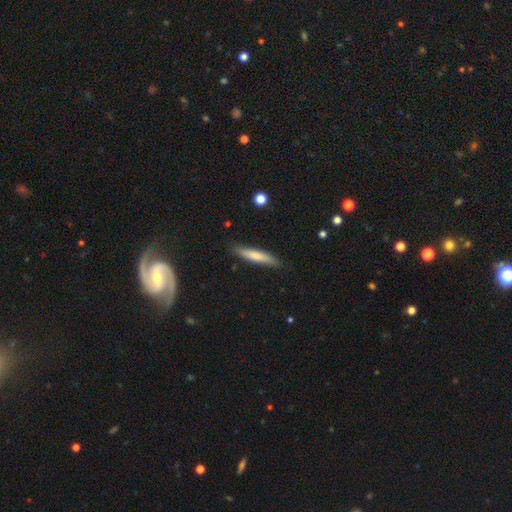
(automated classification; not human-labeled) Overall: smooth (73%). How rounded: cigar-shaped (89%). Merging: none (87%).